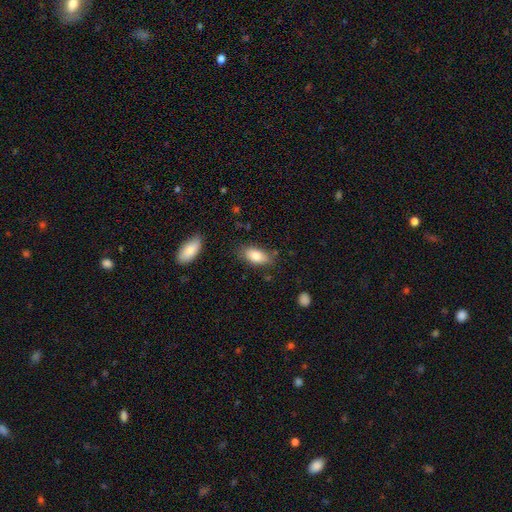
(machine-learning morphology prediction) Smooth or featured?
  - smooth: 84% *
  - featured or disk: 9%
  - star or artifact: 7%
How rounded?
  - in between: 89% *
  - cigar-shaped: 8%
  - round: 4%
Merging?
  - none: 76% *
  - minor disturbance: 17%
  - major disturbance: 4%
  - merger: 3%